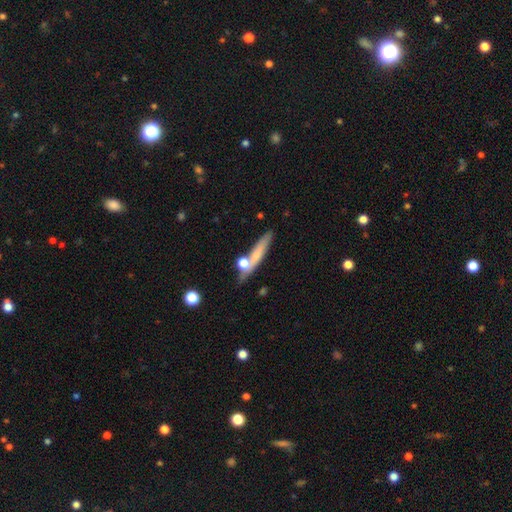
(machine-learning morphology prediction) smooth_or_featured: smooth (p=0.58) [alt: featured or disk p=0.33]
how_rounded: cigar-shaped (p=0.82) [alt: in between p=0.11]
merging: none (p=0.65) [alt: minor disturbance p=0.15]